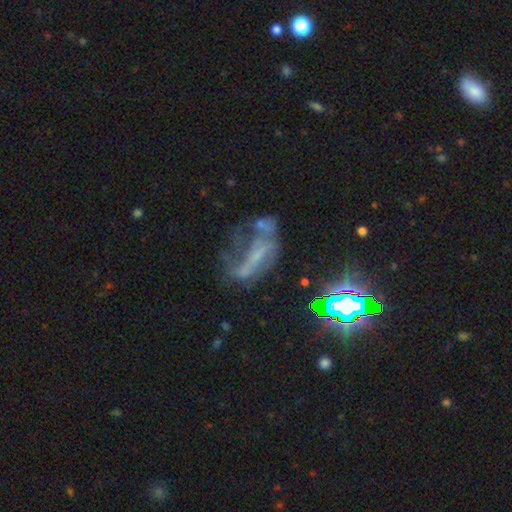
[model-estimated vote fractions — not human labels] The model was most divided on "merging": major disturbance: 39%, none: 28%, minor disturbance: 18%, merger: 14%. More confident: edge-on disk — no (90%); smooth or featured — featured or disk (51%).